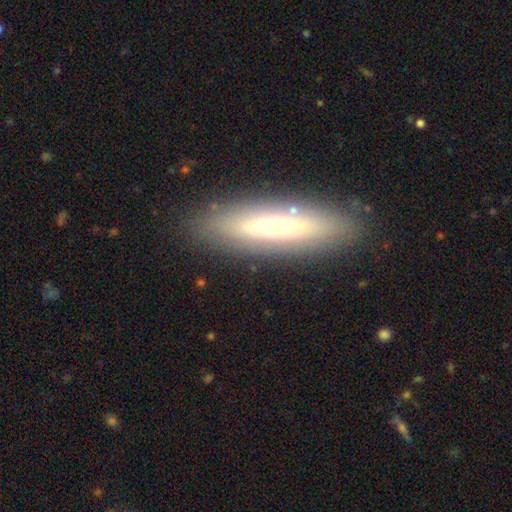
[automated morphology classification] This is possibly a smooth galaxy (49%). Merging: clearly none (87%).